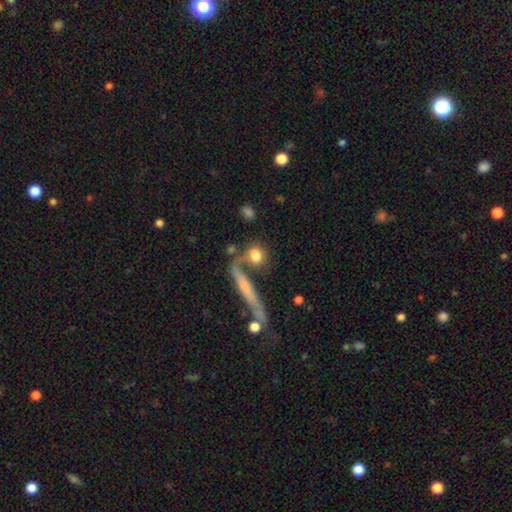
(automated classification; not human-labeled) Smooth or featured: smooth — 74% (featured or disk — 17%)
How rounded: round — 57% (in between — 28%)
Merging: none — 52% (merger — 24%)